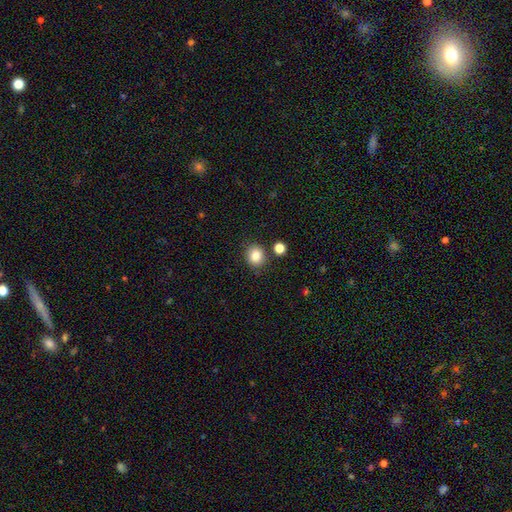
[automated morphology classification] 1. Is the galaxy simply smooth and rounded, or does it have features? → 84% smooth, 10% star or artifact, 5% featured or disk.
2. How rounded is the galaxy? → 80% round, 19% in between, 1% cigar-shaped.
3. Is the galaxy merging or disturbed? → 84% none, 8% minor disturbance, 5% merger, 2% major disturbance.